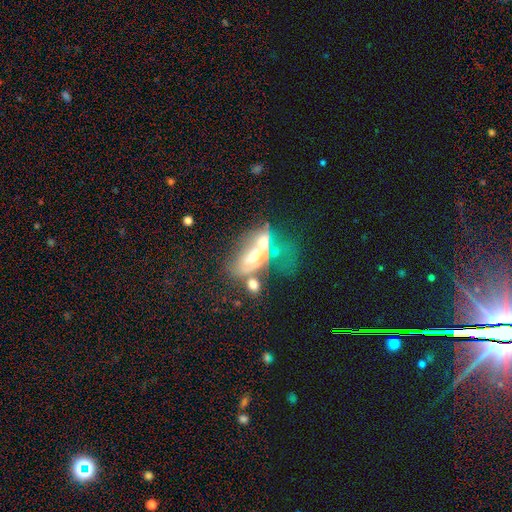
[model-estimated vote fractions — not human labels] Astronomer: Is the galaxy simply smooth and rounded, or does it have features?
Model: featured or disk — 49% (runner-up: smooth, 34%).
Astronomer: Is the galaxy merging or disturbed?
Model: merger — 45% (runner-up: major disturbance, 26%).